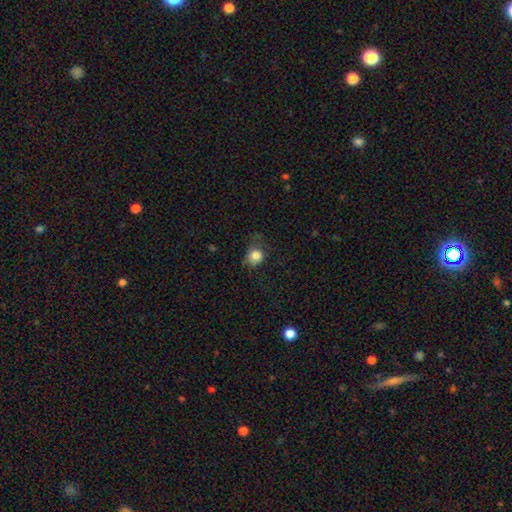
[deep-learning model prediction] Overall: smooth (82%). How rounded: round (73%). Merging: none (51%; minor disturbance 30%).